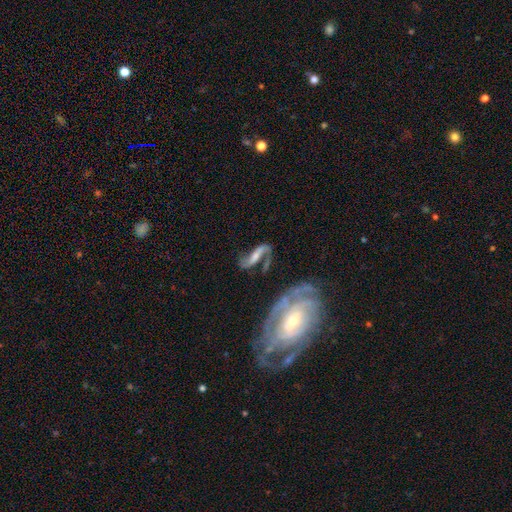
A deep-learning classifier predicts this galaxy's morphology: Overall: featured or disk (77%). Edge-on disk: no (91%). Bar: strong (36%, tied with weak). Spiral arms: yes (92%). Spiral arm count: 2 (87%). Spiral winding: loose (65%; medium 26%). Bulge size: small (42%; moderate 35%). Merging: none (49%; major disturbance 20%).